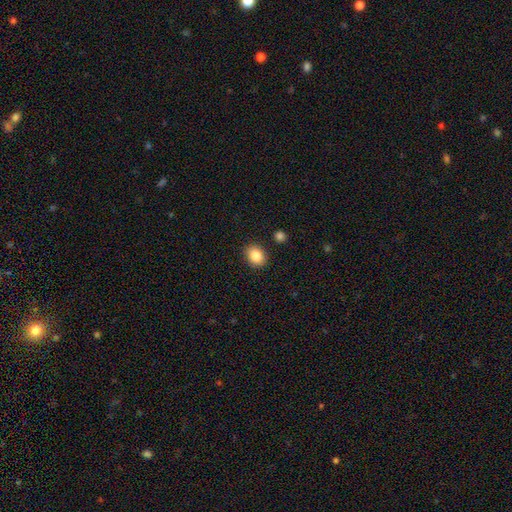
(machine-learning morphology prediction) Smooth or featured?
  - smooth: 86% *
  - star or artifact: 8%
  - featured or disk: 5%
How rounded?
  - round: 53% *
  - in between: 46%
  - cigar-shaped: 1%
Merging?
  - none: 87% *
  - minor disturbance: 8%
  - major disturbance: 2%
  - merger: 2%